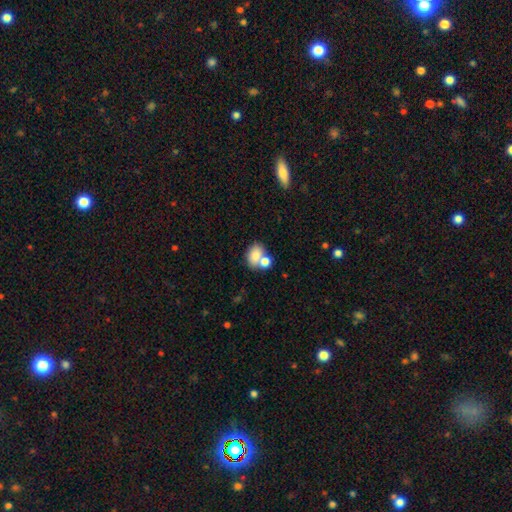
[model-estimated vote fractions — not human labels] This is likely a smooth galaxy (78%). How rounded: likely in between (65%). Merging: marginally merger (43%).